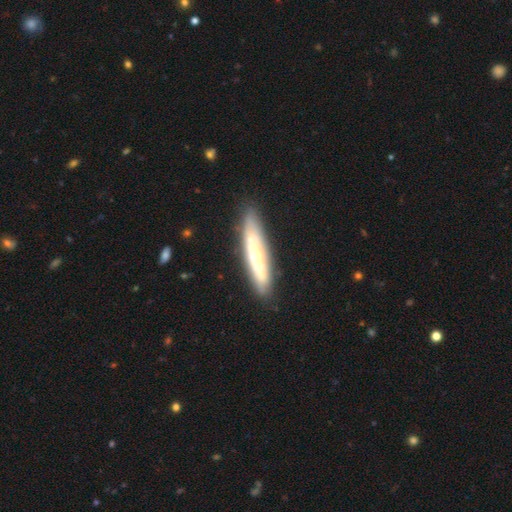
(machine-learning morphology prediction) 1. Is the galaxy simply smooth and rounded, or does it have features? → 52% featured or disk, 40% smooth, 8% star or artifact.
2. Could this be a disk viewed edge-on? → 75% yes, 25% no.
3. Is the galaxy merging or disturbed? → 84% none, 12% minor disturbance, 3% major disturbance, 2% merger.